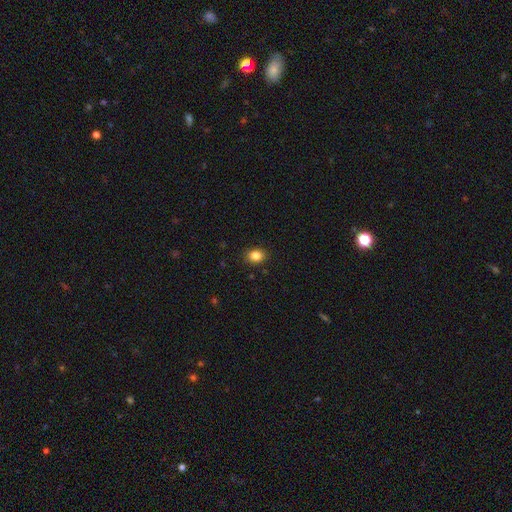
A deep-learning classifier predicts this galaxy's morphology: The model was most divided on "how rounded": round: 50%, in between: 49%, cigar-shaped: 1%. More confident: merging — none (89%); smooth or featured — smooth (85%).